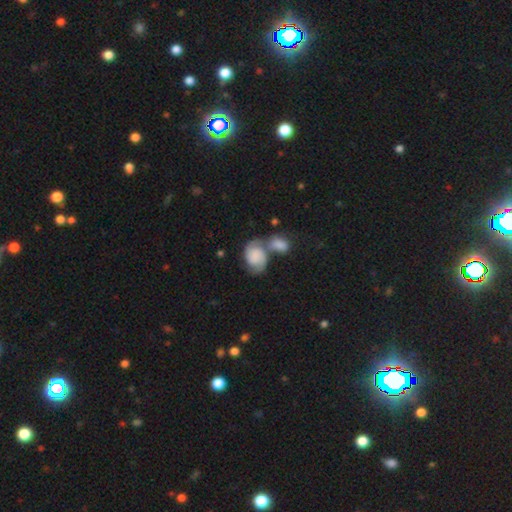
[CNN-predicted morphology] Smooth or featured? featured or disk (56%)
Edge-on disk? no (98%)
Bar? no (72%)
Spiral arms? yes (88%)
Bulge size? none (47%)
Merging? merger (57%)